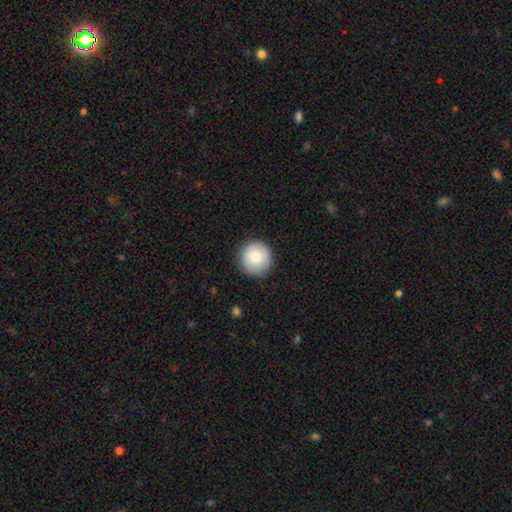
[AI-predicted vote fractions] This appears to be a smooth galaxy with no disk features (81%) that is round (96%). Merging: none (90%).